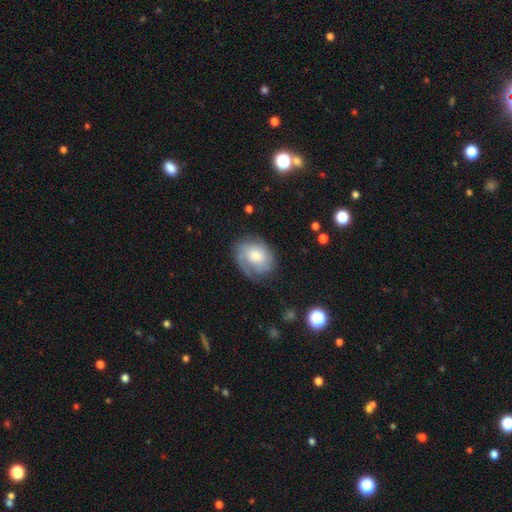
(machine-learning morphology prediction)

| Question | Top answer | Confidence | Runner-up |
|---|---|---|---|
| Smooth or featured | featured or disk | 58% | smooth (35%) |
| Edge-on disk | no | 97% | yes (3%) |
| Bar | no | 74% | weak (23%) |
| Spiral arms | yes | 86% | no (14%) |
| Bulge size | moderate | 43% | large (25%) |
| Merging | none | 65% | minor disturbance (21%) |